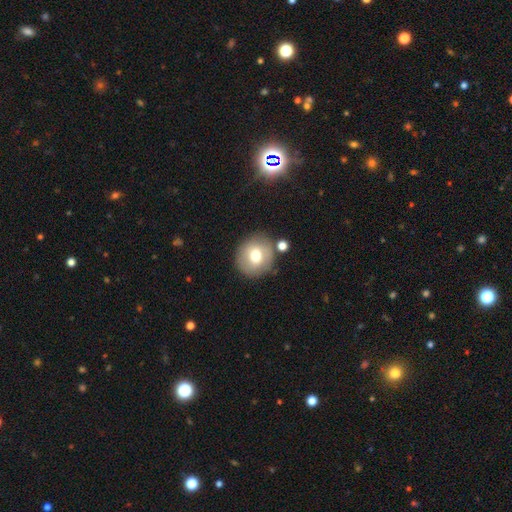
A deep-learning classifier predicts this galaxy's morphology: A smooth galaxy with no disk features (69%) that is round (89%). Merging: none (79%).